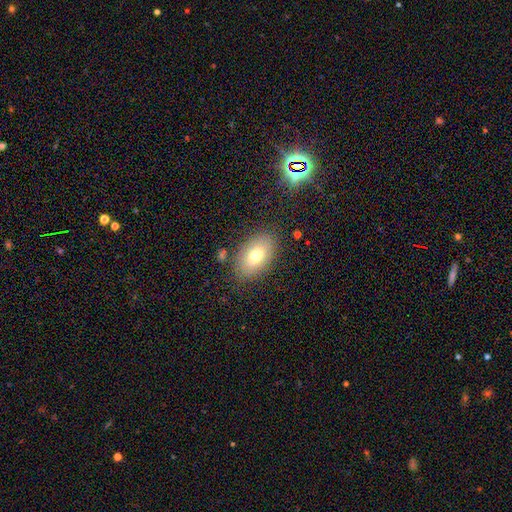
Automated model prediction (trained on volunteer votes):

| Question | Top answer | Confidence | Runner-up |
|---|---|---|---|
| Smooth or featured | smooth | 74% | featured or disk (17%) |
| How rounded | in between | 90% | round (8%) |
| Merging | none | 82% | minor disturbance (12%) |